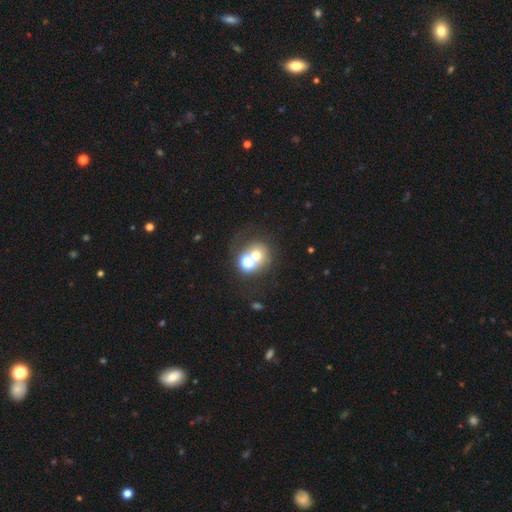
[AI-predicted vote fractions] Overall: smooth (57%; featured or disk 22%). How rounded: round (80%). Merging: merger (42%; none 41%).